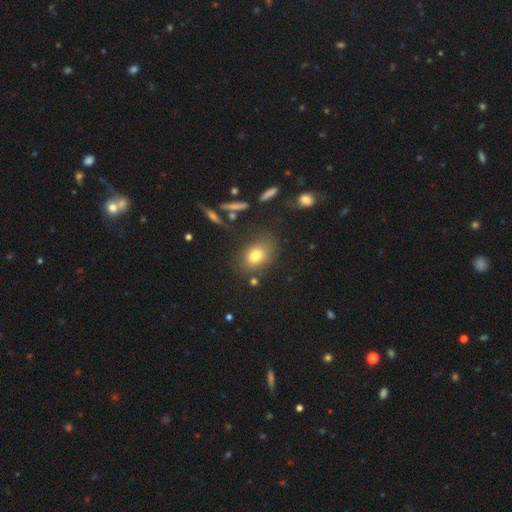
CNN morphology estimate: smooth_or_featured: smooth (p=0.75) [alt: star or artifact p=0.13]
how_rounded: in between (p=0.63) [alt: round p=0.36]
merging: none (p=0.77) [alt: minor disturbance p=0.13]